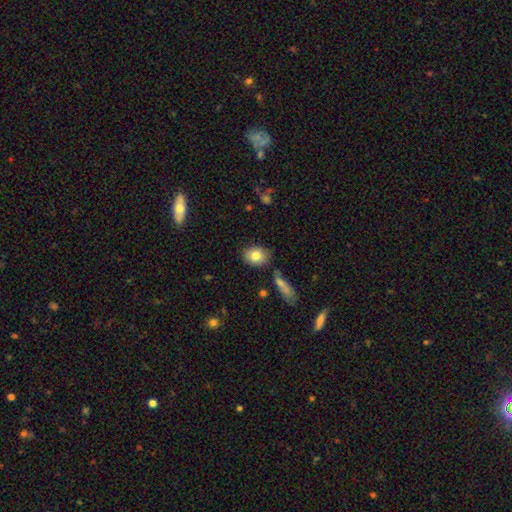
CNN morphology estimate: A smooth galaxy with no disk features (81%) that is in between round and cigar-shaped (61%). Merging: none (83%).